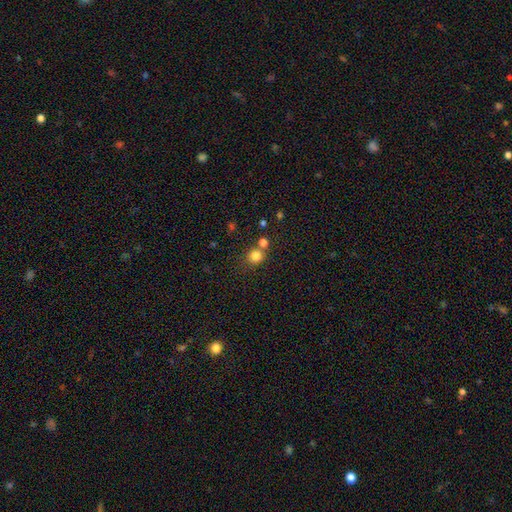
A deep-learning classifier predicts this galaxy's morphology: Overall: smooth (81%). How rounded: round (87%). Merging: none (68%).